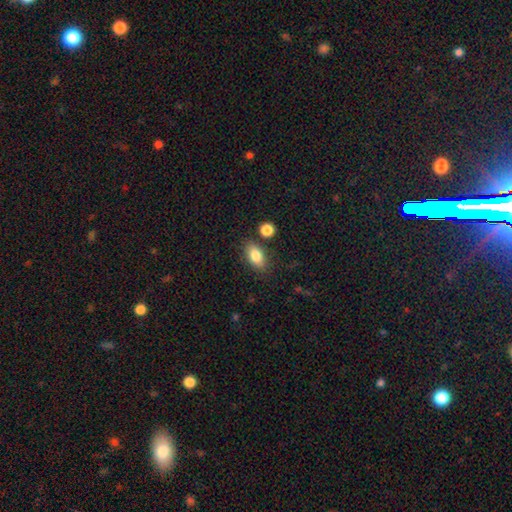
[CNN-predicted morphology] A smooth galaxy with no disk features (82%) that is in between round and cigar-shaped (87%). Merging: none (80%).